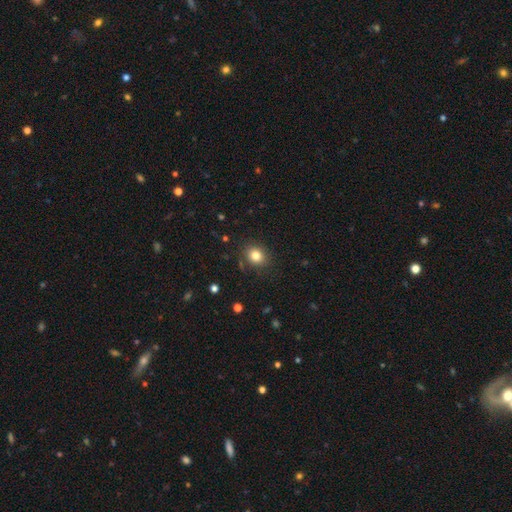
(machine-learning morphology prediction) Q: Smooth or featured?
A: smooth (81%); runner-up: star or artifact (12%)
Q: How rounded?
A: round (67%); runner-up: in between (32%)
Q: Merging?
A: none (85%); runner-up: minor disturbance (10%)